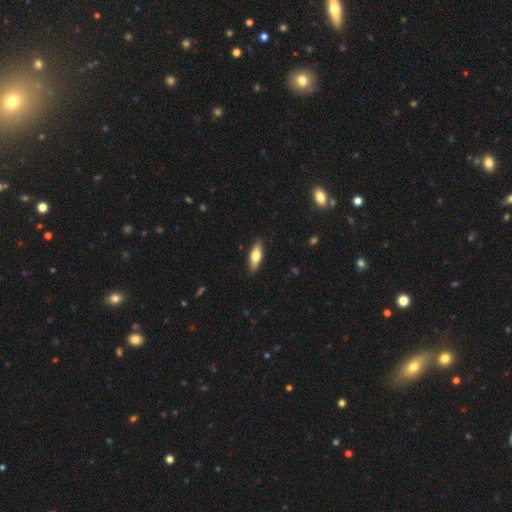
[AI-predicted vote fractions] smooth-or-featured: smooth: 67% | featured or disk: 28% | star or artifact: 6%
  how-rounded: in between: 62% | cigar-shaped: 36% | round: 2%
  merging: none: 88% | minor disturbance: 9% | major disturbance: 2% | merger: 1%